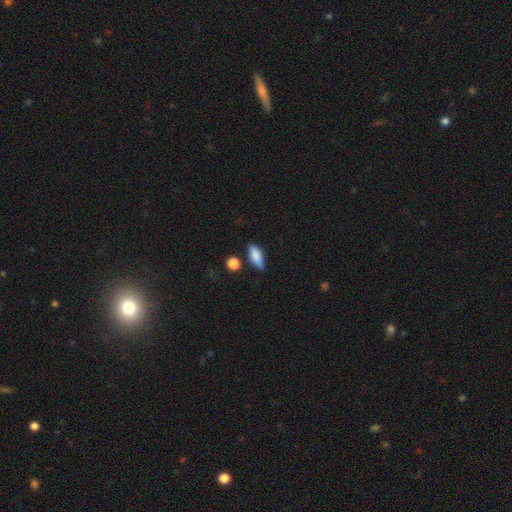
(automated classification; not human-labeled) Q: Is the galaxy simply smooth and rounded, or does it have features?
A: smooth — 76%.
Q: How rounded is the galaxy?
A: in between — 74%.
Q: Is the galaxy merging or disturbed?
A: none — 67%.